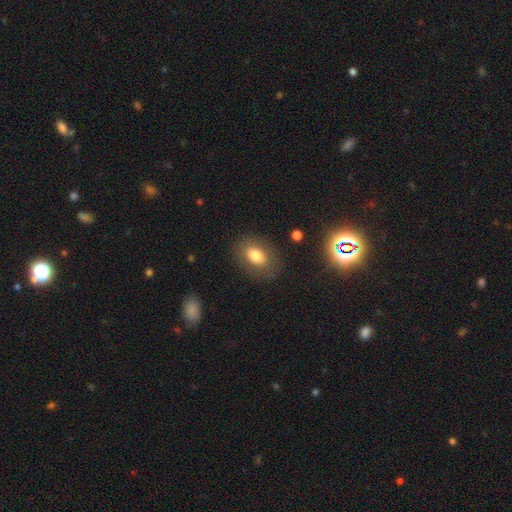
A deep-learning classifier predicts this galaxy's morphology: Smooth or featured: smooth — 76% (featured or disk — 15%)
How rounded: in between — 78% (round — 21%)
Merging: none — 81% (minor disturbance — 12%)